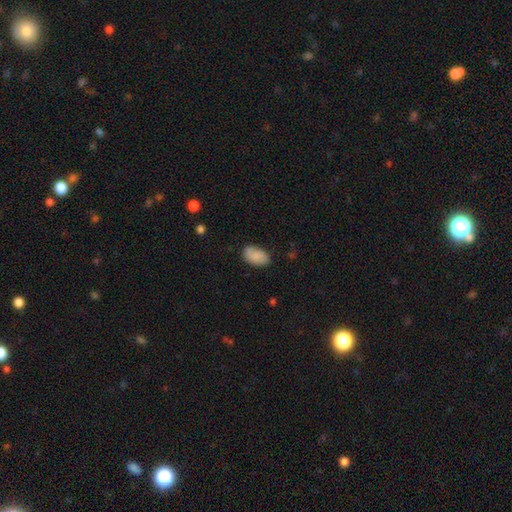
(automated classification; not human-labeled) Smooth or featured? Predicted: smooth (p=0.83). How rounded? Predicted: in between (p=0.93). Merging? Predicted: none (p=0.76).